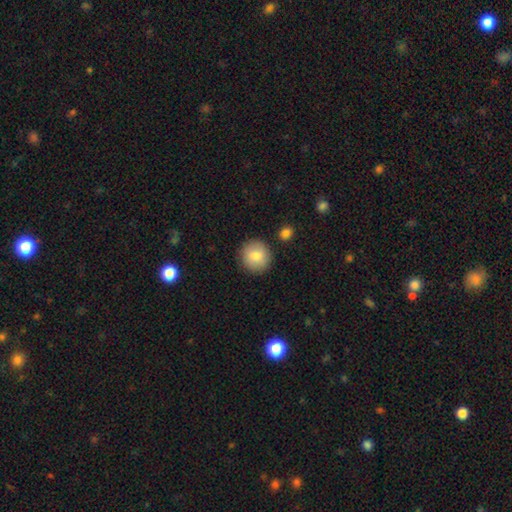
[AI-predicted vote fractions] smooth 83%, featured or disk 10%, star or artifact 7%. Down the decision tree: how rounded — round (93%); merging — none (88%).